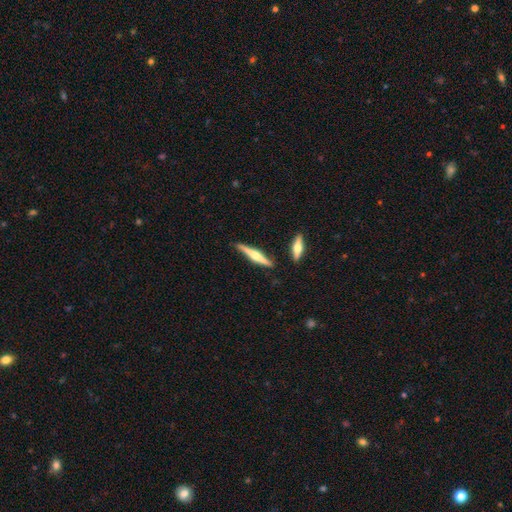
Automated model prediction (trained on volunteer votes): Overall: featured or disk (68%). Edge-on disk: yes (98%). Edge-on bulge: rounded (87%). Merging: none (83%).